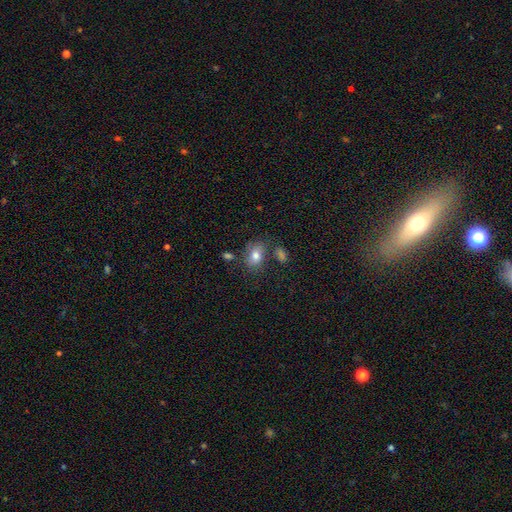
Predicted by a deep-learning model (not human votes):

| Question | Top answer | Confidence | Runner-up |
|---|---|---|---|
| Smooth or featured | smooth | 78% | featured or disk (13%) |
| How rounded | in between | 76% | round (23%) |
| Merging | none | 62% | minor disturbance (20%) |